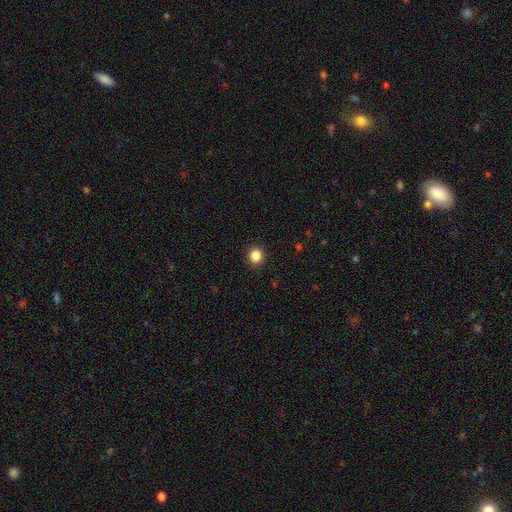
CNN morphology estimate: The model was most divided on "how rounded": round: 80%, in between: 19%, cigar-shaped: 1%. More confident: merging — none (92%); smooth or featured — smooth (86%).